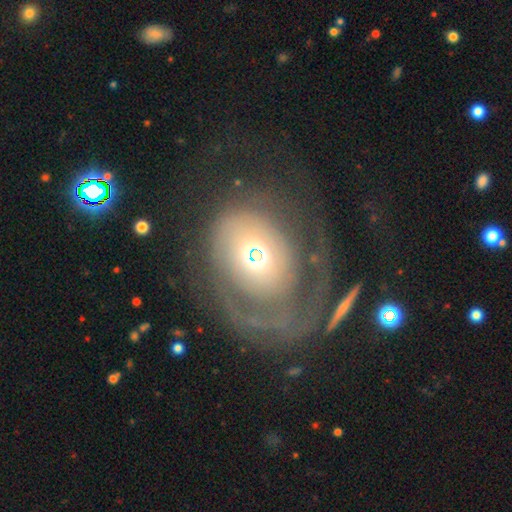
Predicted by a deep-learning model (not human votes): A featured or disk galaxy (59%) with no bar (84%), spiral arms (51%) and a moderate central bulge (50%). Merging: major disturbance (46%).